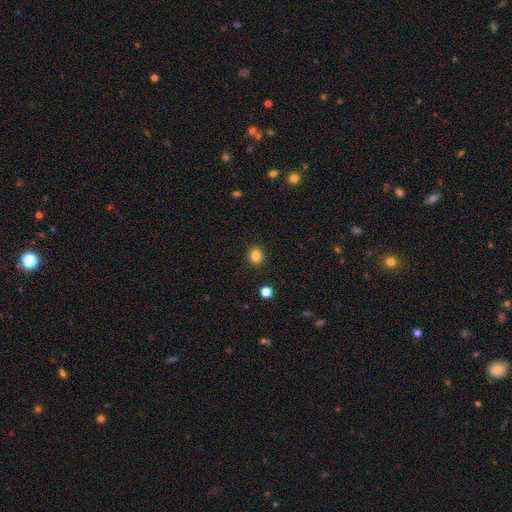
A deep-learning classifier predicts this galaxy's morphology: smooth-or-featured: smooth: 84% | star or artifact: 12% | featured or disk: 5%
  how-rounded: round: 73% | in between: 26% | cigar-shaped: 1%
  merging: none: 90% | minor disturbance: 6% | major disturbance: 2% | merger: 1%